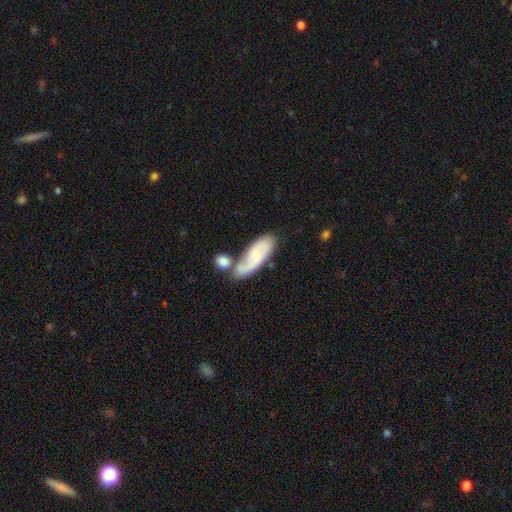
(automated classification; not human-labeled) A featured or disk galaxy (47%).

Vote fractions:
- Smooth or featured? featured or disk: 47% / smooth: 46% / star or artifact: 7%
- Merging? merger: 37% / none: 35% / minor disturbance: 19% / major disturbance: 9%